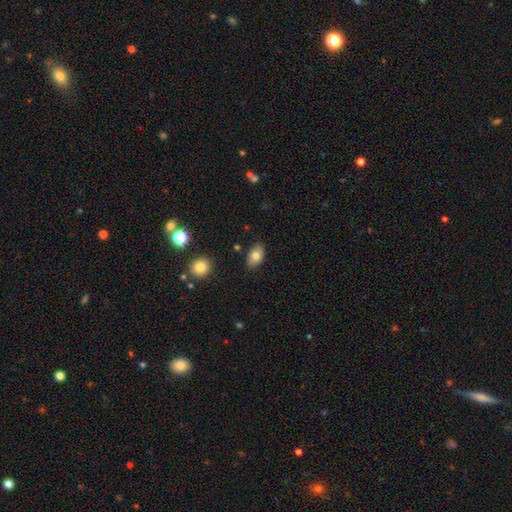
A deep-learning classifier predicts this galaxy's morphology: type=smooth (79%); roundness=in between (90%); merging=none (85%).